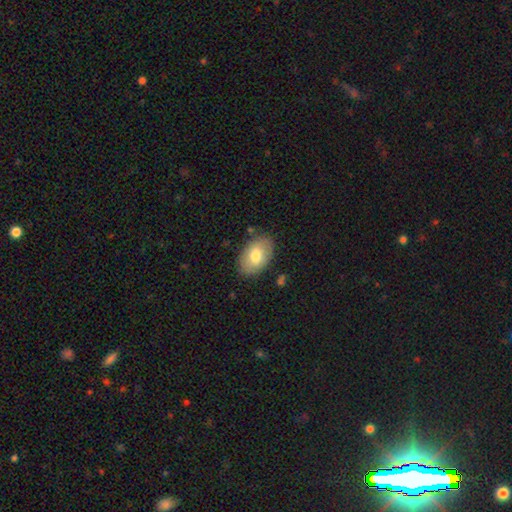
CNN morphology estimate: smooth 72%, featured or disk 21%, star or artifact 7%. Down the decision tree: how rounded — in between (90%); merging — none (82%).